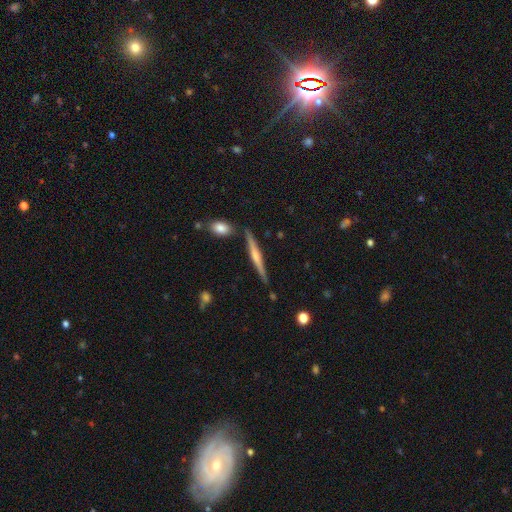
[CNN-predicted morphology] A featured or disk galaxy (60%) viewed edge-on (97%) with a rounded central bulge (59%). Merging: none (85%).